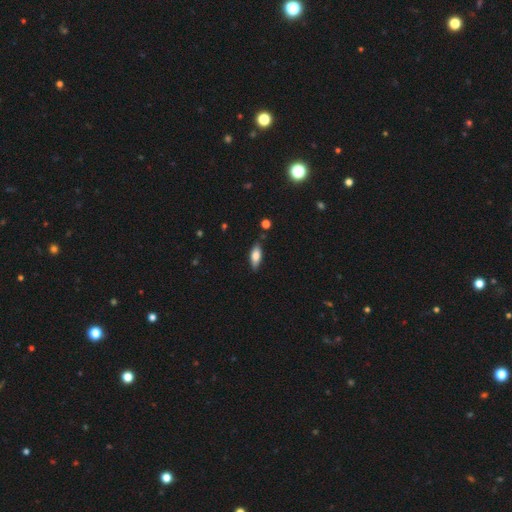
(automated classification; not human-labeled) smooth 74%, featured or disk 19%, star or artifact 7%. Down the decision tree: how rounded — in between (76%); merging — none (80%).